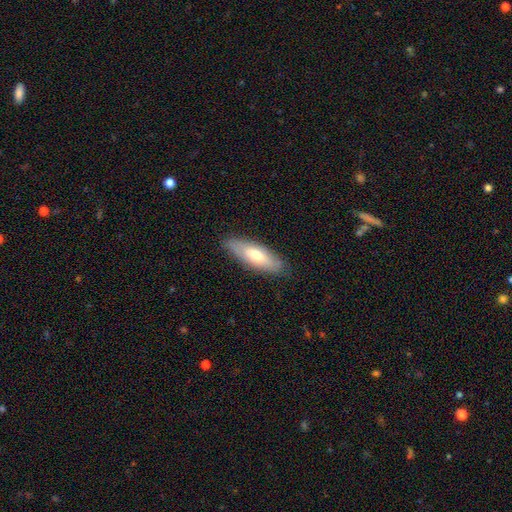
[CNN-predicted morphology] A smooth galaxy with no disk features (62%) that is in between round and cigar-shaped (56%). Merging: none (85%).